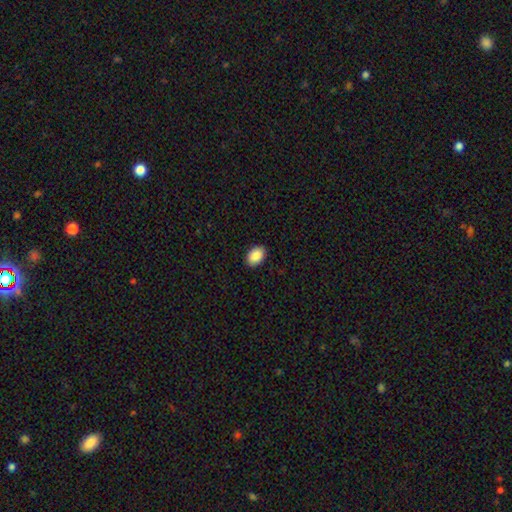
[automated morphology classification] Q: Smooth or featured?
A: smooth (89%); runner-up: star or artifact (7%)
Q: How rounded?
A: in between (85%); runner-up: round (14%)
Q: Merging?
A: none (90%); runner-up: minor disturbance (8%)